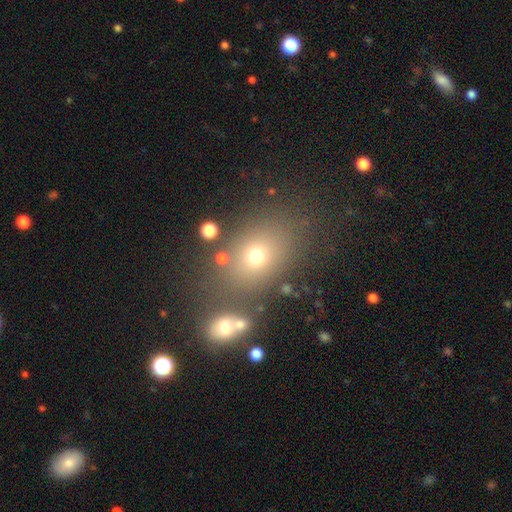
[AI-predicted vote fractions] Overall: smooth (67%). How rounded: in between (63%; round 35%). Merging: none (73%).